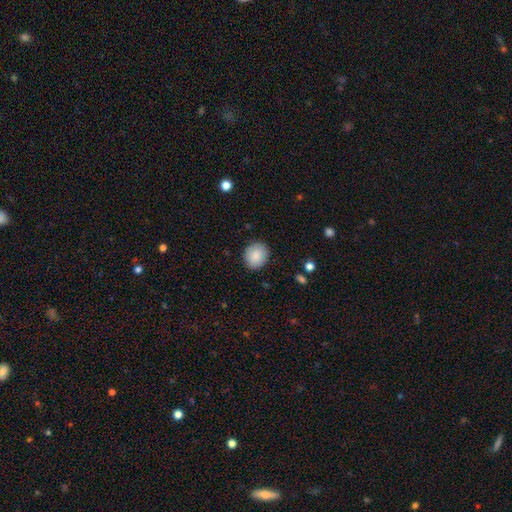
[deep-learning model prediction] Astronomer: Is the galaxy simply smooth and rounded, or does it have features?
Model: smooth — 87%.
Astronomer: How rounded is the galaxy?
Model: round — 74%.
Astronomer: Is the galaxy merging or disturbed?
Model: none — 87%.